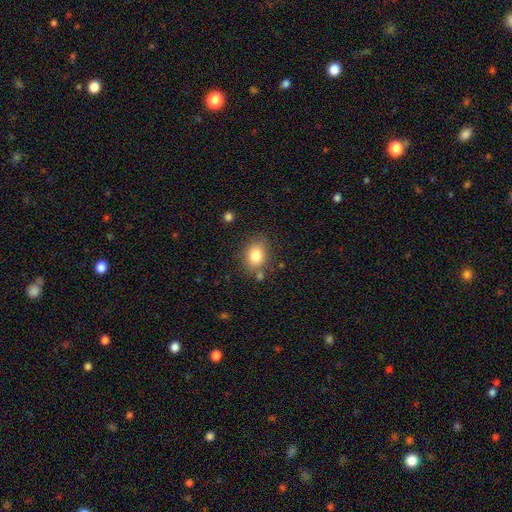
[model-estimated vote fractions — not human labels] A smooth galaxy with no disk features (81%) that is in between round and cigar-shaped (60%). Merging: none (75%).